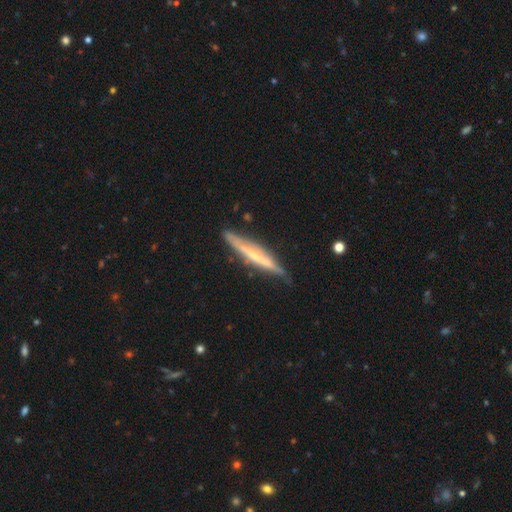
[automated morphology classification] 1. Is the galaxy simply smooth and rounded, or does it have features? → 65% featured or disk, 30% smooth, 6% star or artifact.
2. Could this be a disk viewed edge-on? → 93% yes, 7% no.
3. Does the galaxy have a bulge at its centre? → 54% none, 33% rounded, 13% boxy.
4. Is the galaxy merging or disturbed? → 76% none, 19% minor disturbance, 3% major disturbance, 2% merger.